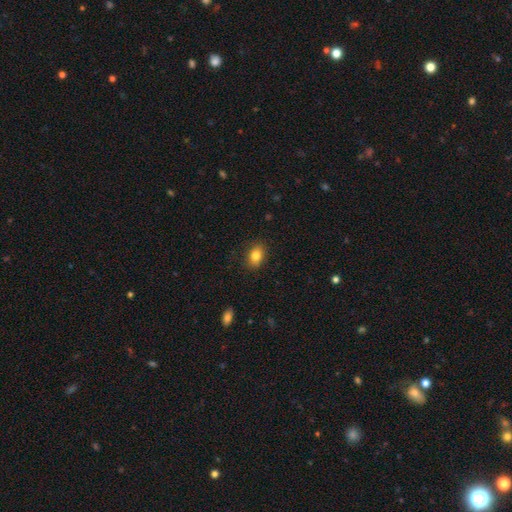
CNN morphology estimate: smooth_or_featured: smooth (p=0.83) [alt: star or artifact p=0.09]
how_rounded: in between (p=0.75) [alt: round p=0.24]
merging: none (p=0.87) [alt: minor disturbance p=0.10]